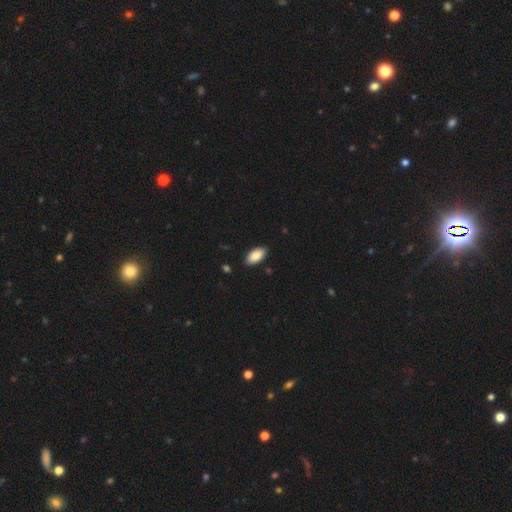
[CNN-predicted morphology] This appears to be a smooth galaxy with no disk features (88%) that is in between round and cigar-shaped (94%). Merging: none (88%).